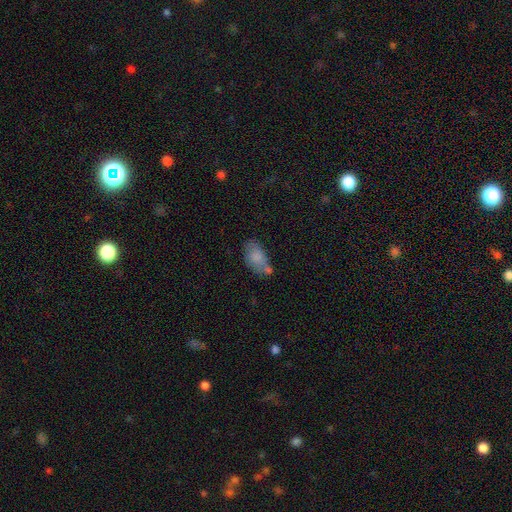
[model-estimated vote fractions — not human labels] Smooth or featured? smooth (73%)
How rounded? in between (89%)
Merging? none (54%)